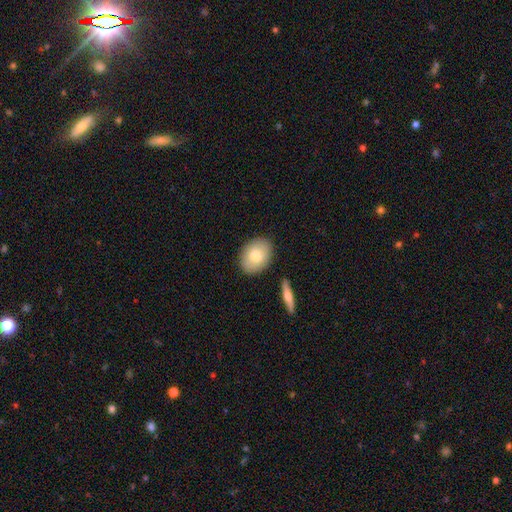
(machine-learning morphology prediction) type=smooth (75%); roundness=in between (75%); merging=none (86%).